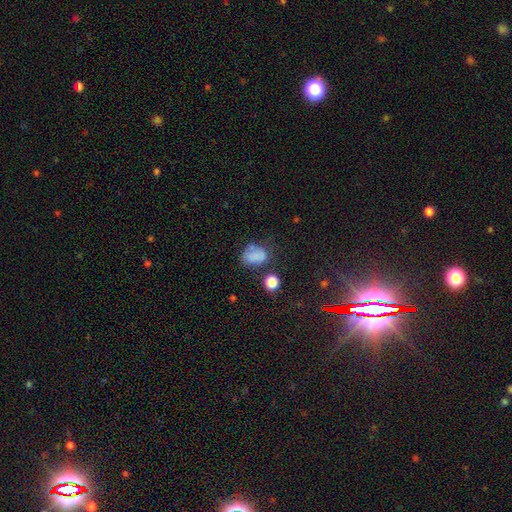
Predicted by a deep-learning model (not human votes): smooth-or-featured: smooth: 75% | star or artifact: 14% | featured or disk: 11%
  how-rounded: in between: 71% | round: 28% | cigar-shaped: 1%
  merging: none: 48% | minor disturbance: 27% | major disturbance: 16% | merger: 10%